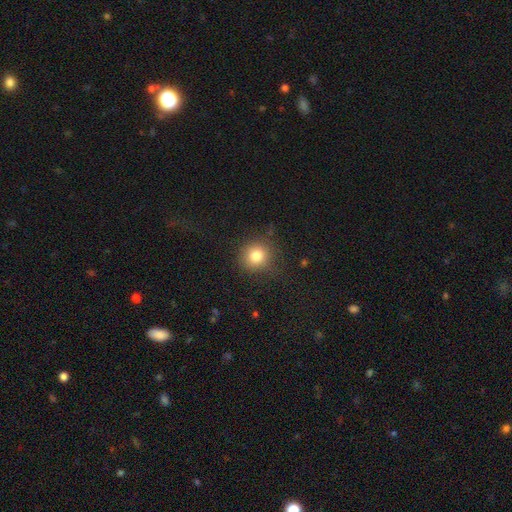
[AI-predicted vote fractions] This is clearly a smooth galaxy (80%). How rounded: clearly round (89%). Merging: clearly none (84%).